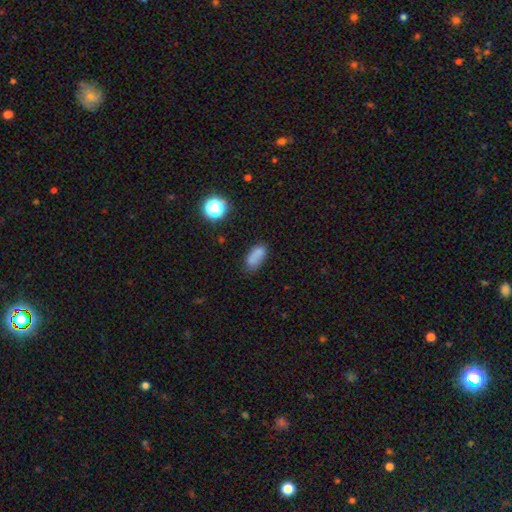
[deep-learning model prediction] Smooth or featured?
  - smooth: 76% *
  - star or artifact: 13%
  - featured or disk: 10%
How rounded?
  - in between: 86% *
  - cigar-shaped: 7%
  - round: 7%
Merging?
  - none: 60% *
  - minor disturbance: 24%
  - major disturbance: 8%
  - merger: 7%